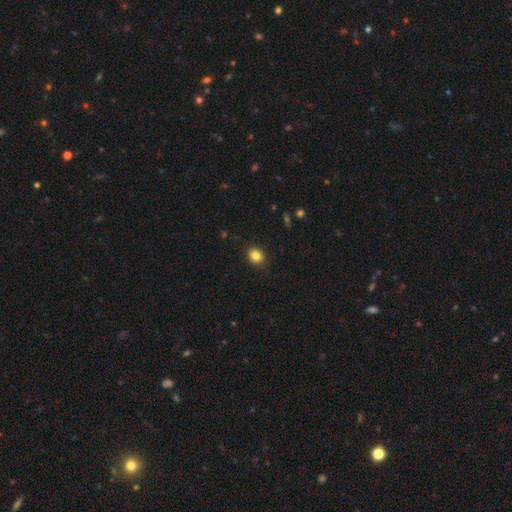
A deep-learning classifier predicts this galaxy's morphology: Smooth or featured? Predicted: smooth (p=0.84). How rounded? Predicted: round (p=0.60). Merging? Predicted: none (p=0.88).